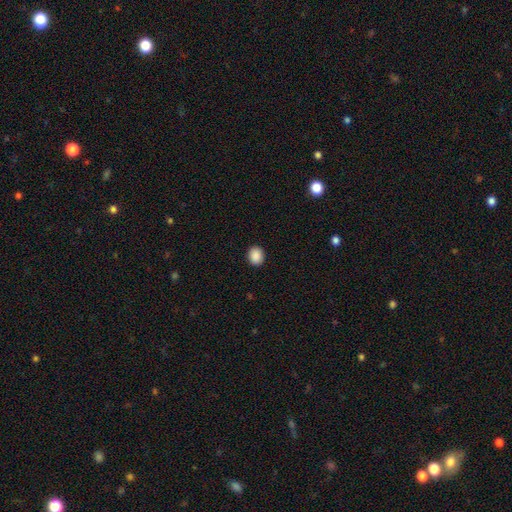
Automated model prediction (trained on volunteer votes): A smooth galaxy with no disk features (90%) that is round (56%).

Vote fractions:
- Smooth or featured? smooth: 90% / star or artifact: 8% / featured or disk: 2%
- How rounded? round: 56% / in between: 43% / cigar-shaped: 1%
- Merging? none: 91% / minor disturbance: 6% / major disturbance: 2% / merger: 1%